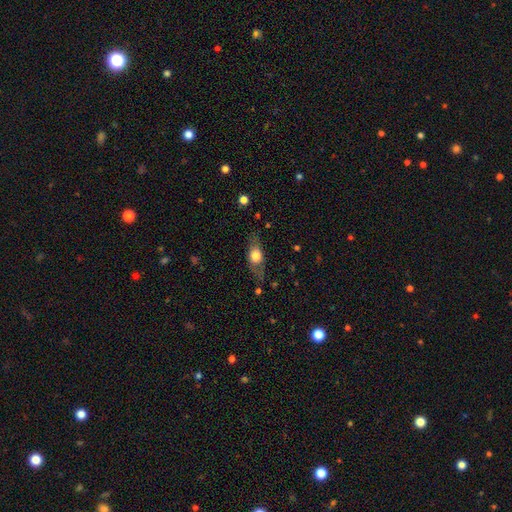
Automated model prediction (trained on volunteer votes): Overall: smooth (55%; featured or disk 38%). How rounded: in between (63%). Merging: none (70%).